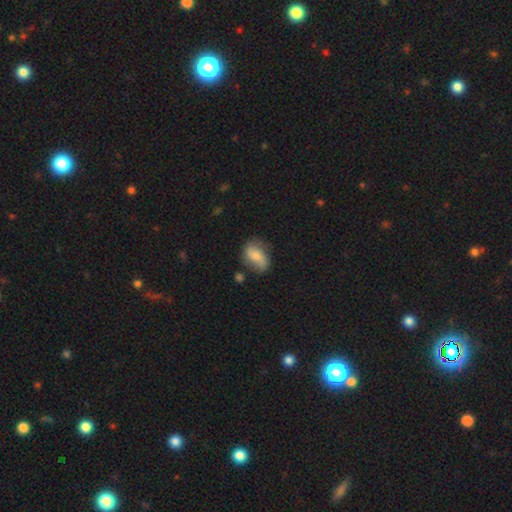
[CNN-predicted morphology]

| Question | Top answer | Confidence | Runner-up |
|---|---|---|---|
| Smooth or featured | smooth | 53% | featured or disk (39%) |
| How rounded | in between | 79% | round (18%) |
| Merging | none | 65% | minor disturbance (24%) |